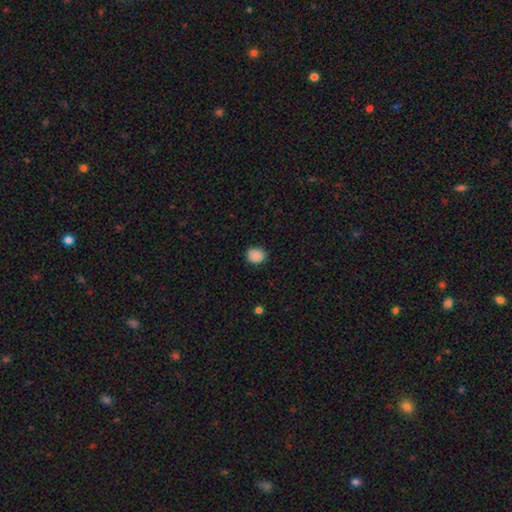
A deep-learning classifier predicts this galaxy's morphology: The model was most divided on "how rounded": round: 65%, in between: 34%, cigar-shaped: 1%. More confident: smooth or featured — smooth (88%); merging — none (86%).